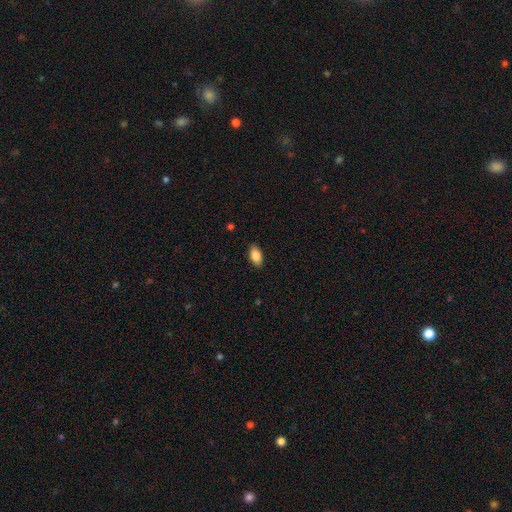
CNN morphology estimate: Smooth or featured? smooth (85%)
How rounded? in between (91%)
Merging? none (87%)